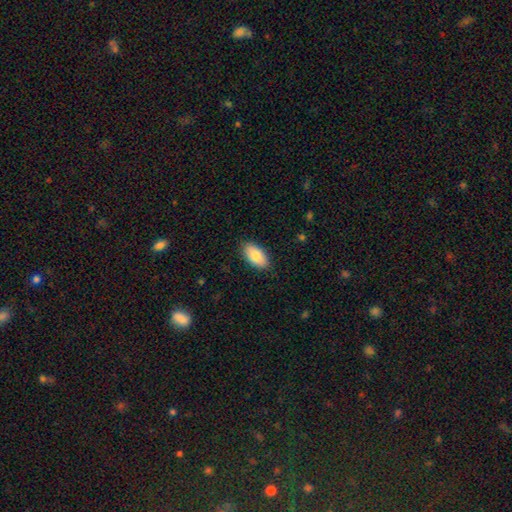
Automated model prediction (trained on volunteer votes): Smooth or featured?
  - smooth: 83% *
  - featured or disk: 11%
  - star or artifact: 6%
How rounded?
  - in between: 94% *
  - round: 3%
  - cigar-shaped: 3%
Merging?
  - none: 88% *
  - minor disturbance: 9%
  - major disturbance: 2%
  - merger: 1%